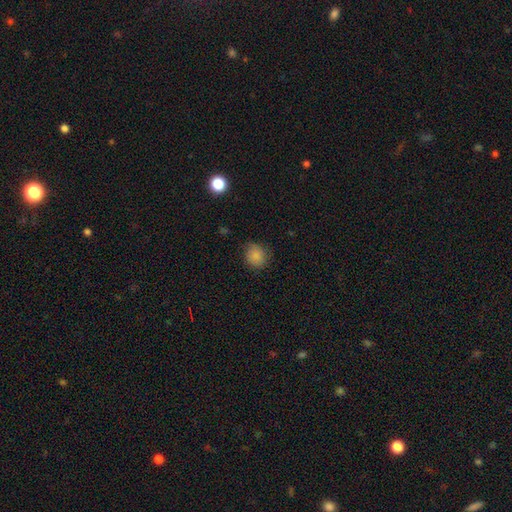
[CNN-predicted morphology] Smooth or featured? Predicted: smooth (p=0.84). How rounded? Predicted: round (p=0.78). Merging? Predicted: none (p=0.76).